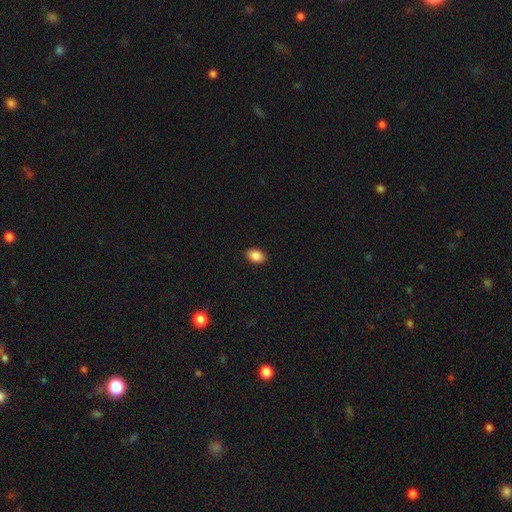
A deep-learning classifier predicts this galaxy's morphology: The model was most divided on "how rounded": in between: 81%, round: 18%, cigar-shaped: 1%. More confident: merging — none (90%); smooth or featured — smooth (88%).